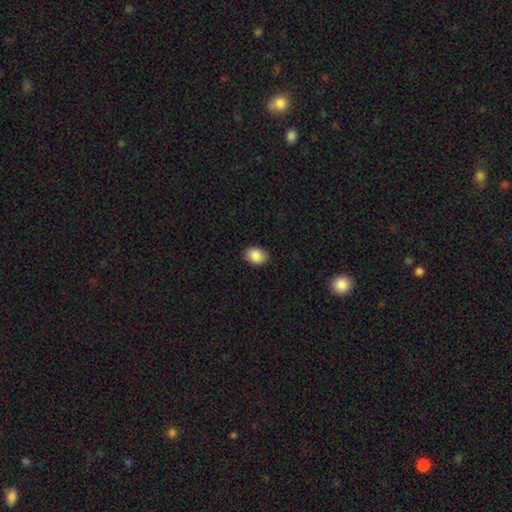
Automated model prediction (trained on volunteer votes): Smooth or featured: smooth — 88% (star or artifact — 8%)
How rounded: in between — 67% (round — 32%)
Merging: none — 89% (minor disturbance — 8%)